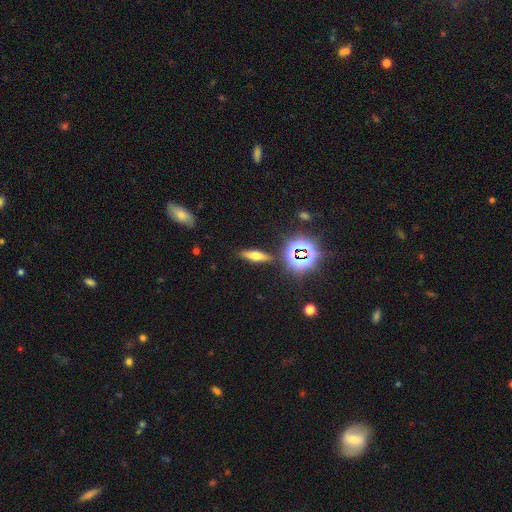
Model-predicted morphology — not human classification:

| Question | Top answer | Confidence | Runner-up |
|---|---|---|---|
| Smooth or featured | smooth | 49% | featured or disk (30%) |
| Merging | none | 86% | minor disturbance (9%) |